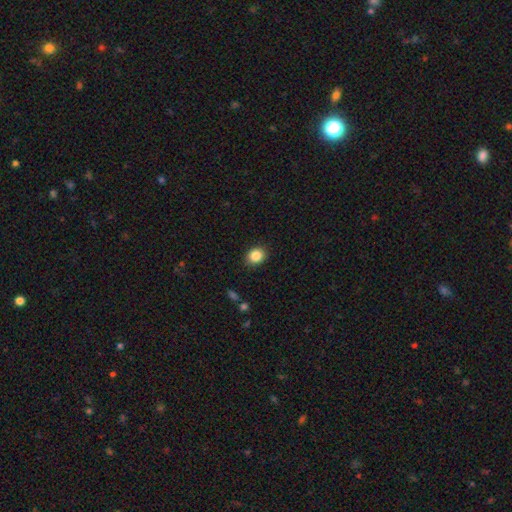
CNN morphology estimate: Smooth or featured? smooth (86%)
How rounded? round (58%)
Merging? none (89%)